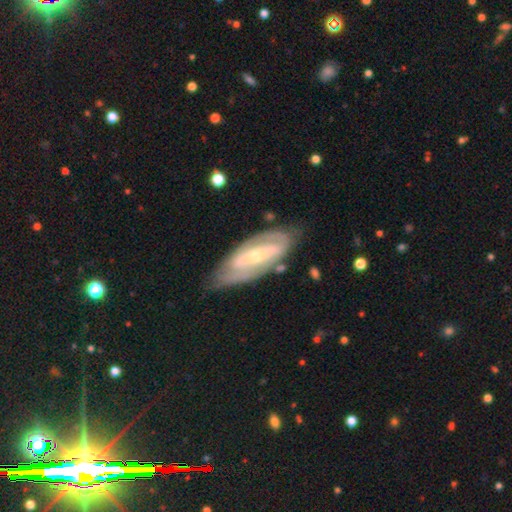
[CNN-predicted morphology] This appears to be a featured or disk galaxy (80%) with a strong bar (50%), 2 (70%) tight (50%) spiral arms (82%) and a small central bulge (62%). Merging: none (72%).